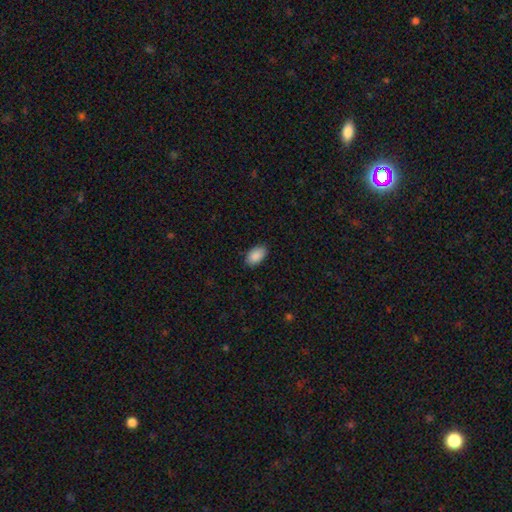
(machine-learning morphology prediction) Overall: smooth (90%). How rounded: in between (93%). Merging: none (86%).